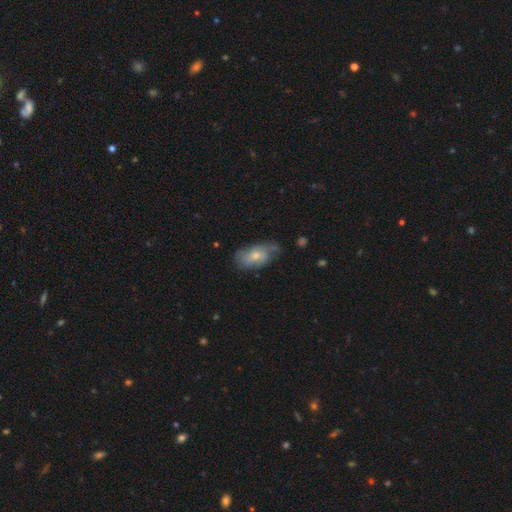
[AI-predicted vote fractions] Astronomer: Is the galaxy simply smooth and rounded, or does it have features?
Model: smooth — 61%.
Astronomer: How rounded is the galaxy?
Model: in between — 90%.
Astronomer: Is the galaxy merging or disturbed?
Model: none — 50% (runner-up: minor disturbance, 35%).